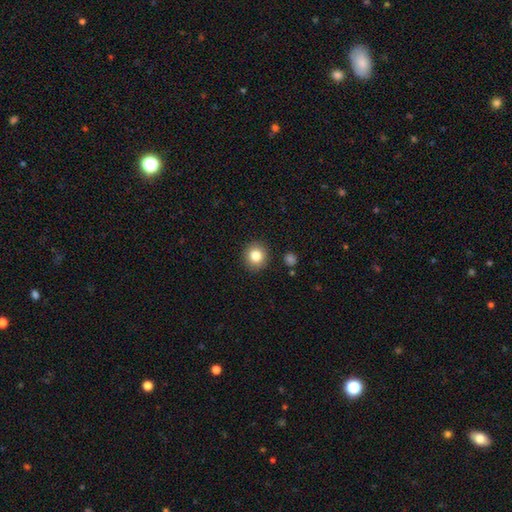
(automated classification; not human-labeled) Q: Smooth or featured?
A: smooth (82%); runner-up: star or artifact (11%)
Q: How rounded?
A: round (90%); runner-up: in between (9%)
Q: Merging?
A: none (90%); runner-up: minor disturbance (6%)